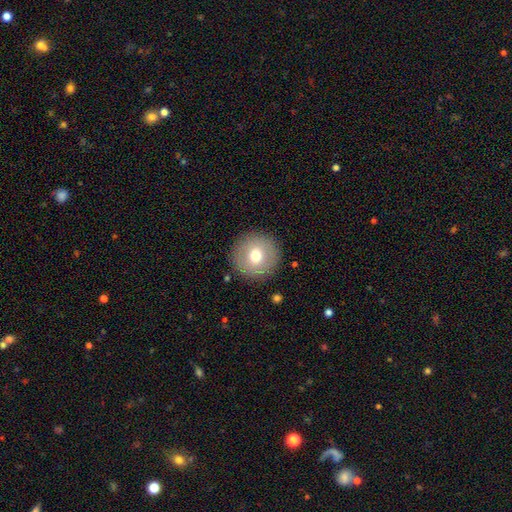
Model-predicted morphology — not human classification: Smooth or featured? smooth (69%)
How rounded? round (96%)
Merging? none (89%)